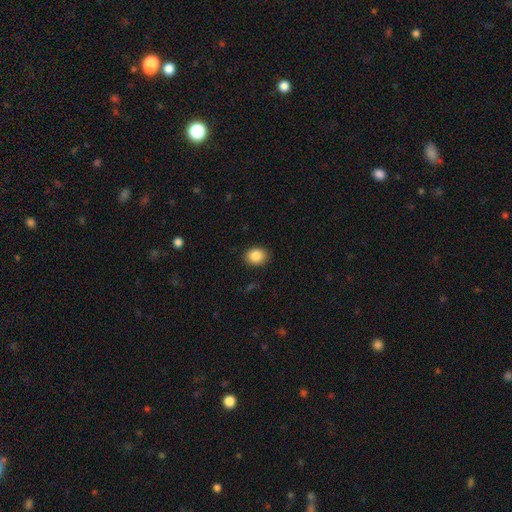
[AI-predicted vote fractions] Morphology: type=smooth (86%); roundness=in between (50%); merging=none (88%).